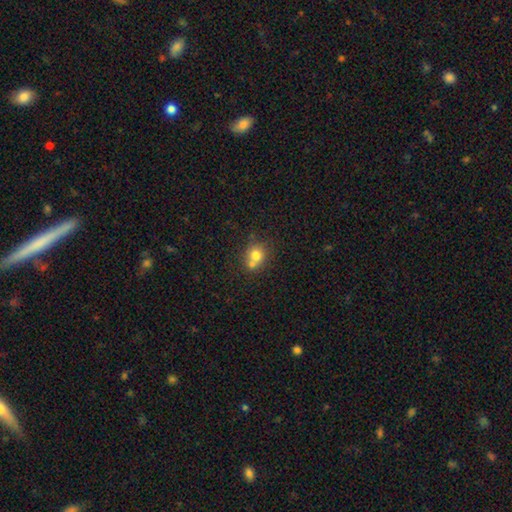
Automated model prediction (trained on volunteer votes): smooth-or-featured: smooth: 74% | featured or disk: 14% | star or artifact: 12%
  how-rounded: round: 77% | in between: 22% | cigar-shaped: 1%
  merging: none: 45% | merger: 42% | minor disturbance: 10% | major disturbance: 3%